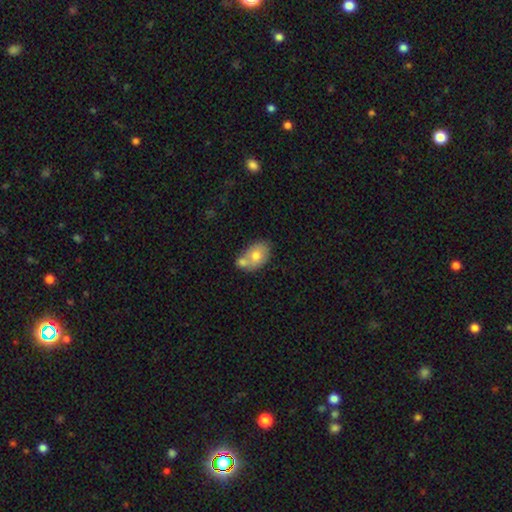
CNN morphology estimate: A smooth galaxy with no disk features (69%) that is in between round and cigar-shaped (80%).

Vote fractions:
- Smooth or featured? smooth: 69% / featured or disk: 23% / star or artifact: 7%
- How rounded? in between: 80% / round: 19% / cigar-shaped: 1%
- Merging? merger: 47% / none: 35% / minor disturbance: 14% / major disturbance: 4%